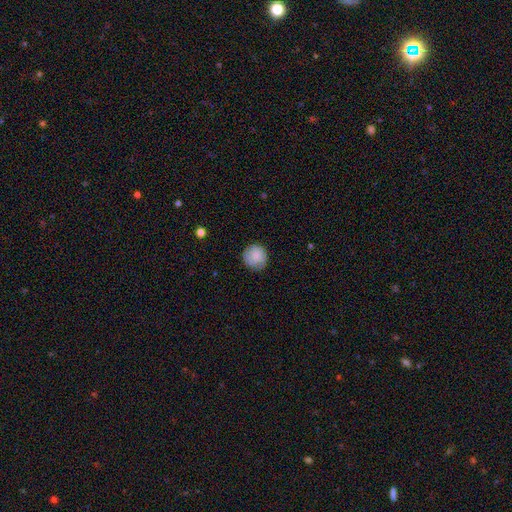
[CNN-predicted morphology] A smooth galaxy with no disk features (79%) that is round (92%). Merging: none (79%).